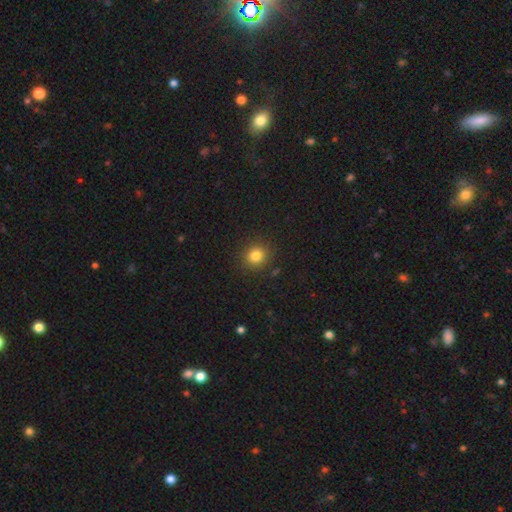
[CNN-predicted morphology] Smooth or featured? smooth (82%)
How rounded? round (86%)
Merging? none (89%)